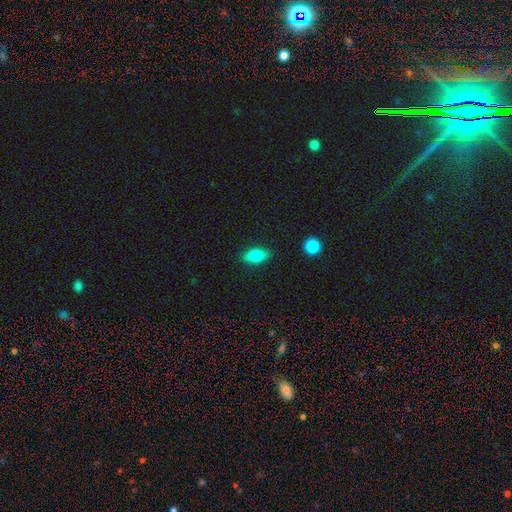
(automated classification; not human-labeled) Smooth or featured? smooth (81%)
How rounded? in between (86%)
Merging? none (86%)